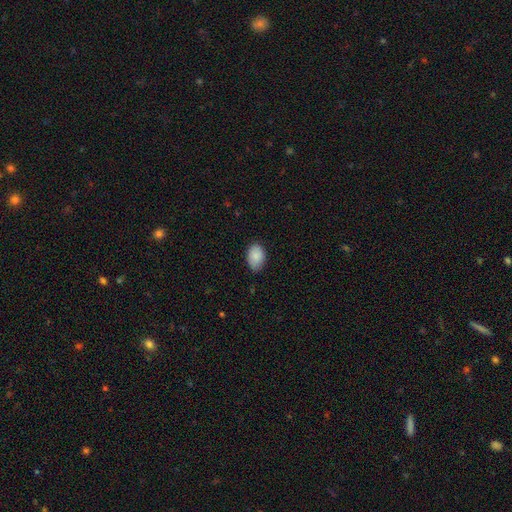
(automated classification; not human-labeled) A smooth galaxy with no disk features (88%) that is in between round and cigar-shaped (86%).

Vote fractions:
- Smooth or featured? smooth: 88% / star or artifact: 7% / featured or disk: 5%
- How rounded? in between: 86% / round: 13% / cigar-shaped: 1%
- Merging? none: 78% / minor disturbance: 19% / major disturbance: 3% / merger: 1%